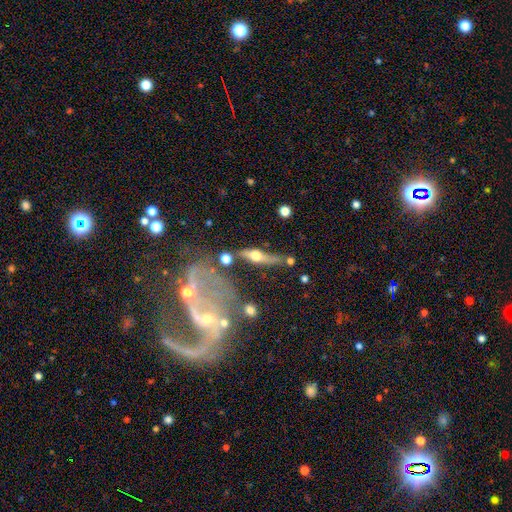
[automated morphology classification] smooth-or-featured: featured or disk: 66% | smooth: 27% | star or artifact: 8%
  disk-edge-on: yes: 81% | no: 19%
    edge-on-bulge: rounded: 95% | boxy: 3% | none: 2%
  merging: none: 57% | minor disturbance: 21% | merger: 12% | major disturbance: 10%